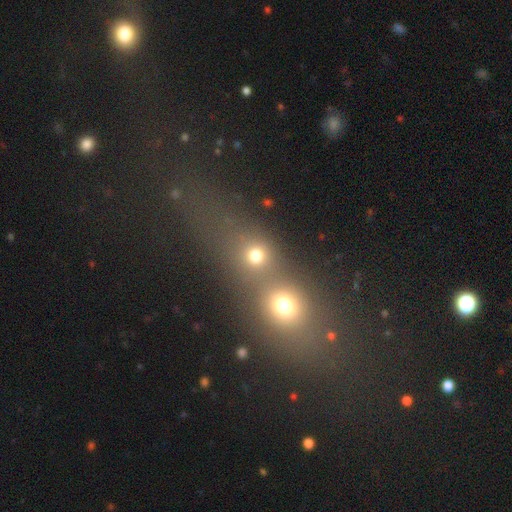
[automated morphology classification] This appears to be a smooth galaxy with no disk features (73%) that is round (77%). Merging: merger (58%).